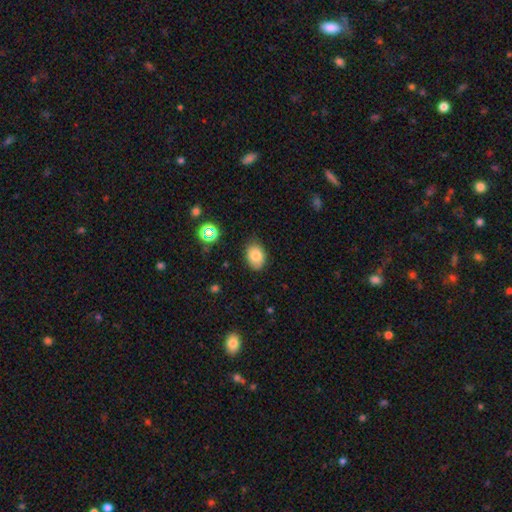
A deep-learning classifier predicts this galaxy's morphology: A smooth galaxy with no disk features (80%) that is in between round and cigar-shaped (78%).

Vote fractions:
- Smooth or featured? smooth: 80% / star or artifact: 10% / featured or disk: 9%
- How rounded? in between: 78% / round: 21% / cigar-shaped: 1%
- Merging? none: 77% / minor disturbance: 18% / major disturbance: 3% / merger: 2%